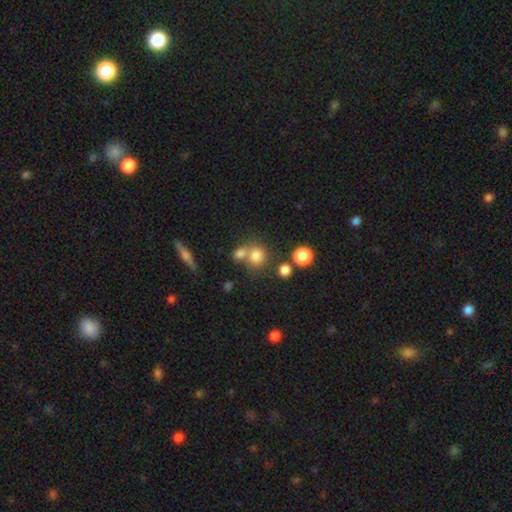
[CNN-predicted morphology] This appears to be a smooth galaxy with no disk features (76%) that is round (83%). Merging: none (54%).